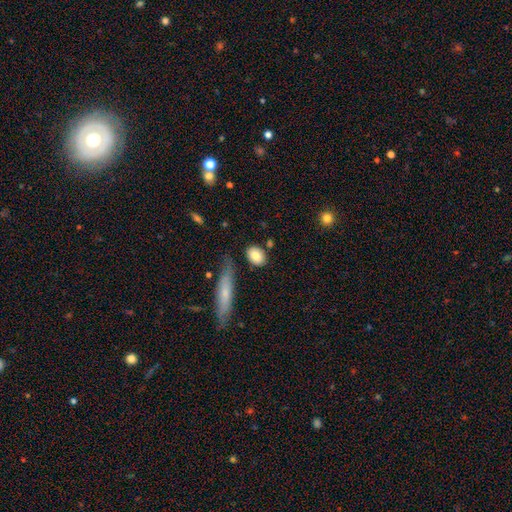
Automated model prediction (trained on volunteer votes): Smooth or featured? Predicted: smooth (p=0.81). How rounded? Predicted: in between (p=0.66). Merging? Predicted: none (p=0.77).